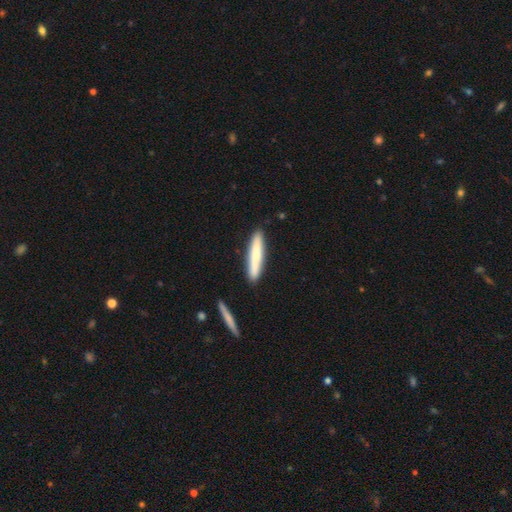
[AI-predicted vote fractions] This is likely a smooth galaxy (72%). How rounded: clearly cigar-shaped (92%). Merging: clearly none (88%).